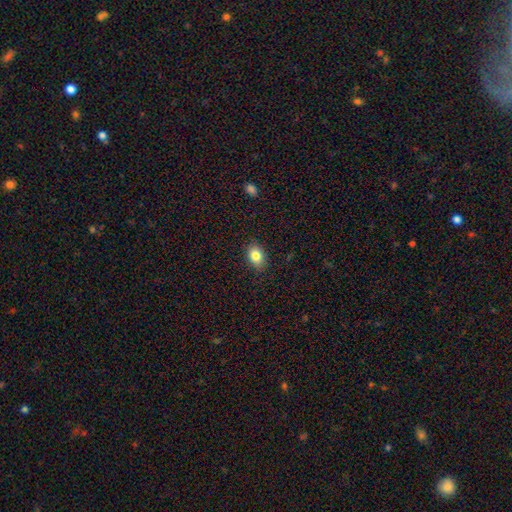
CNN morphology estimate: Smooth or featured? smooth (83%)
How rounded? in between (77%)
Merging? none (87%)